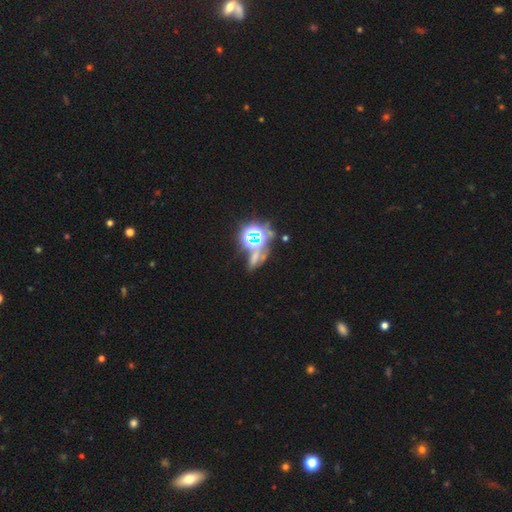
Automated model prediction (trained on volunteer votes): smooth-or-featured: star or artifact: 61% | smooth: 26% | featured or disk: 13%